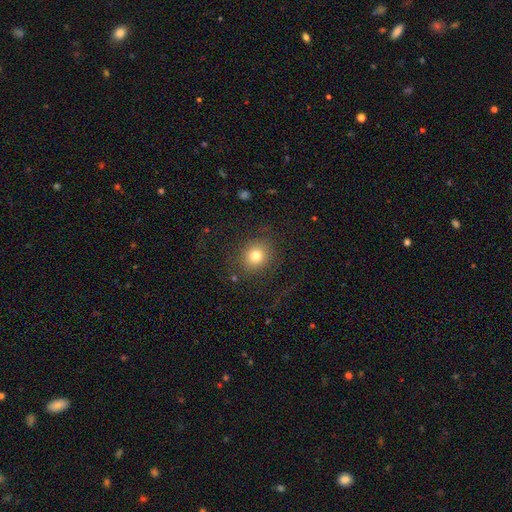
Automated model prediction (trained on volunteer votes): A smooth galaxy with no disk features (77%) that is round (83%). Merging: none (83%).